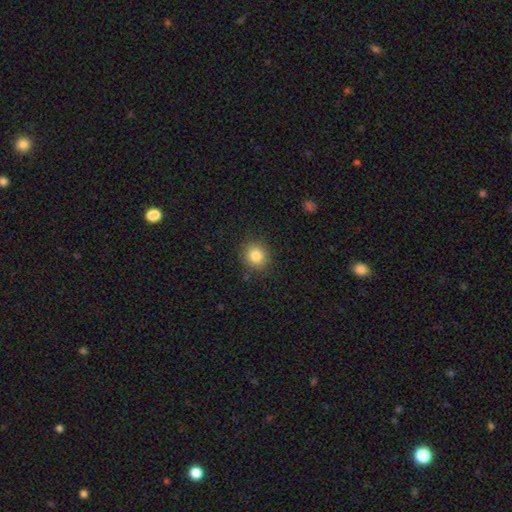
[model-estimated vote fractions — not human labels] Overall: smooth (83%). How rounded: round (81%). Merging: none (88%).